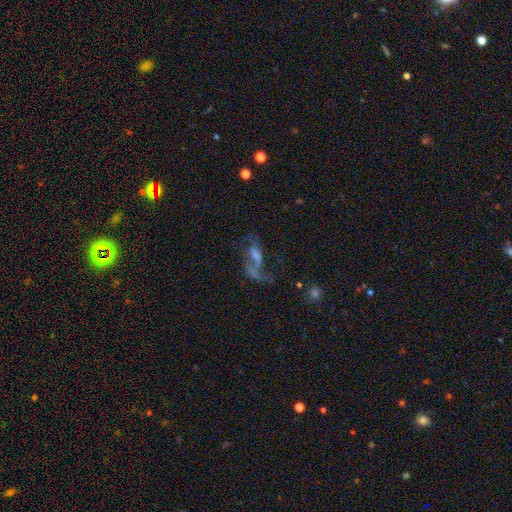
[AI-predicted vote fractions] Smooth or featured? featured or disk (52%)
Edge-on disk? no (88%)
Merging? major disturbance (40%)